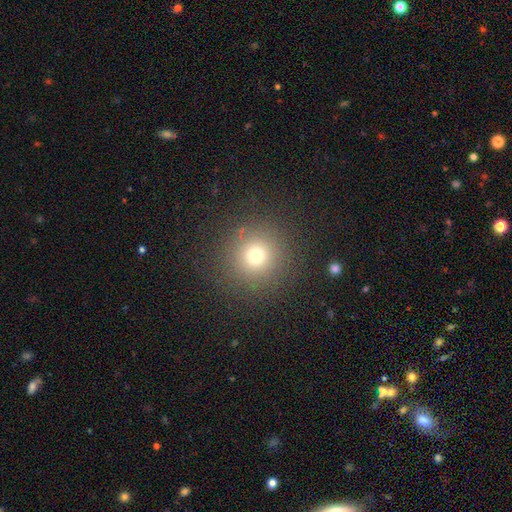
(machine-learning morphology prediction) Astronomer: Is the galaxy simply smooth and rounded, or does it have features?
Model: smooth — 72%.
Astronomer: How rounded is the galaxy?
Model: round — 94%.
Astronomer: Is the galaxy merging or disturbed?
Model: none — 88%.